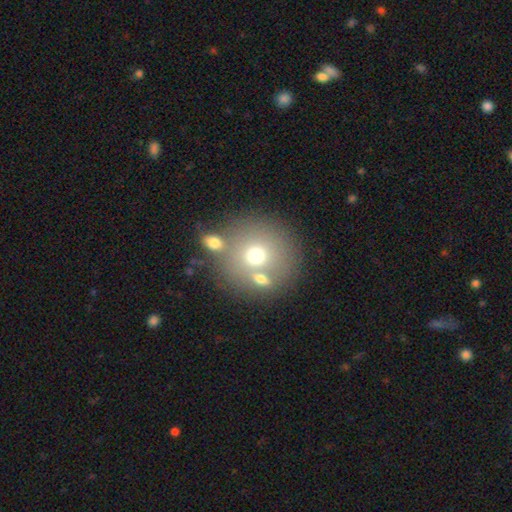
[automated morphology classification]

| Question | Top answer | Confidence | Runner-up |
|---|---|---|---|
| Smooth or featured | smooth | 68% | featured or disk (19%) |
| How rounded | round | 87% | in between (12%) |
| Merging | none | 58% | merger (27%) |